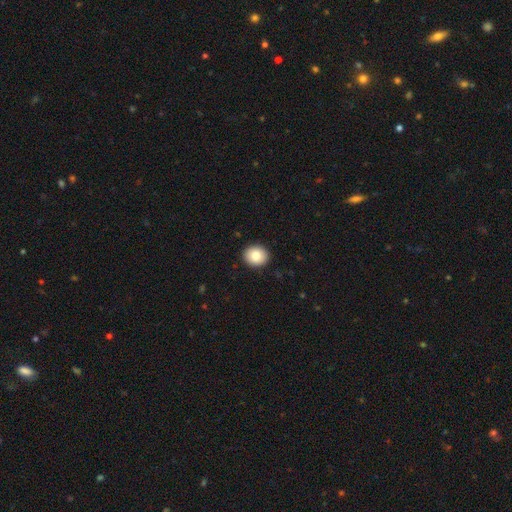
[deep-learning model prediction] smooth-or-featured: smooth: 83% | featured or disk: 8% | star or artifact: 8%
  how-rounded: round: 75% | in between: 24% | cigar-shaped: 1%
  merging: none: 92% | minor disturbance: 6% | major disturbance: 2% | merger: 1%